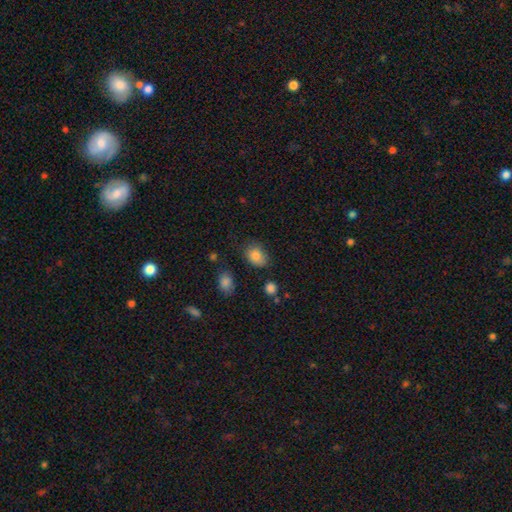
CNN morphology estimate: This is clearly a smooth galaxy (84%). How rounded: likely in between (64%). Merging: likely none (70%).